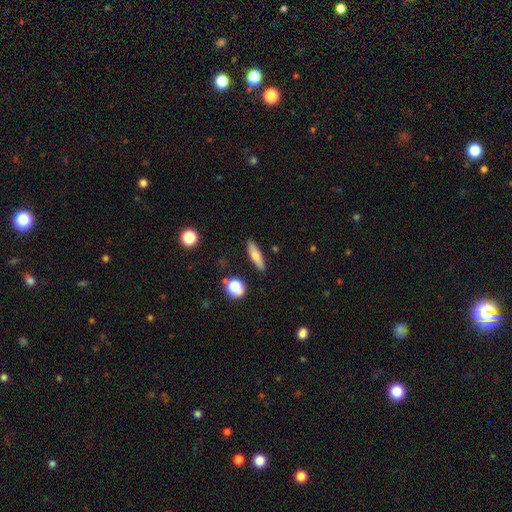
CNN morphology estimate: Smooth or featured?
  - smooth: 72% *
  - featured or disk: 20%
  - star or artifact: 8%
How rounded?
  - cigar-shaped: 66% *
  - in between: 30%
  - round: 4%
Merging?
  - none: 87% *
  - minor disturbance: 9%
  - merger: 2%
  - major disturbance: 2%